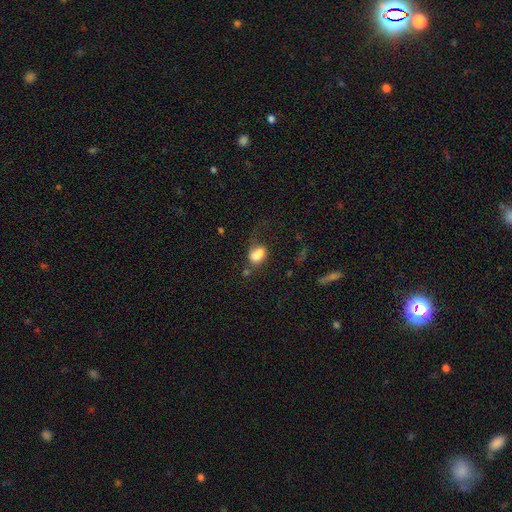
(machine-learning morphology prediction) Q: Smooth or featured?
A: smooth (74%); runner-up: featured or disk (16%)
Q: How rounded?
A: in between (70%); runner-up: round (29%)
Q: Merging?
A: none (28%); runner-up: merger (26%)